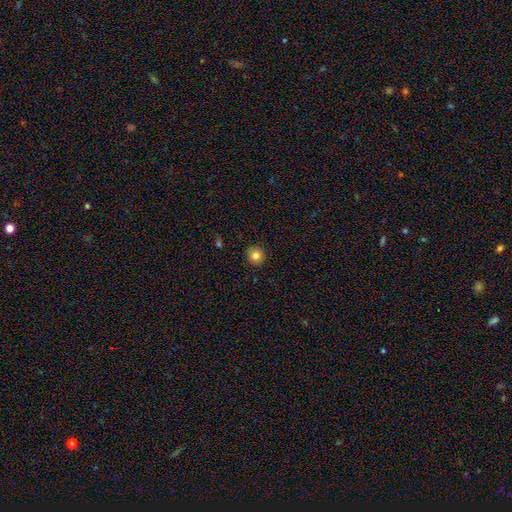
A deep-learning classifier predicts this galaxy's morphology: A smooth galaxy with no disk features (83%) that is round (94%).

Vote fractions:
- Smooth or featured? smooth: 83% / star or artifact: 10% / featured or disk: 7%
- How rounded? round: 94% / in between: 5% / cigar-shaped: 1%
- Merging? none: 92% / minor disturbance: 5% / major disturbance: 2% / merger: 1%